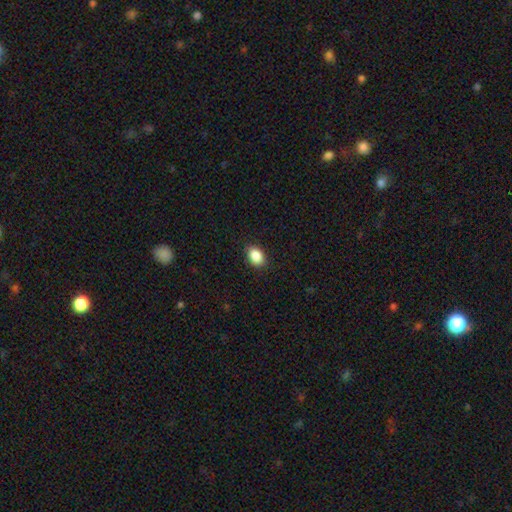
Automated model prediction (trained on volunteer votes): Smooth or featured?
  - smooth: 88% *
  - star or artifact: 8%
  - featured or disk: 4%
How rounded?
  - in between: 77% *
  - round: 22%
  - cigar-shaped: 1%
Merging?
  - none: 86% *
  - minor disturbance: 11%
  - major disturbance: 2%
  - merger: 1%